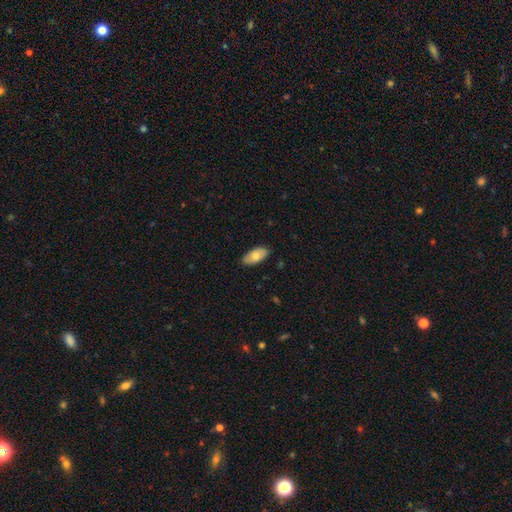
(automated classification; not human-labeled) Smooth or featured? smooth (70%)
How rounded? in between (94%)
Merging? none (86%)